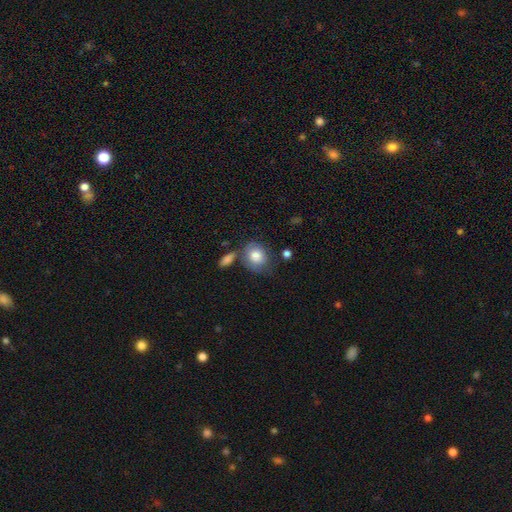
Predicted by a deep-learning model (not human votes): smooth-or-featured: smooth: 79% | featured or disk: 14% | star or artifact: 7%
  how-rounded: round: 56% | in between: 43% | cigar-shaped: 1%
  merging: none: 54% | minor disturbance: 22% | merger: 15% | major disturbance: 9%